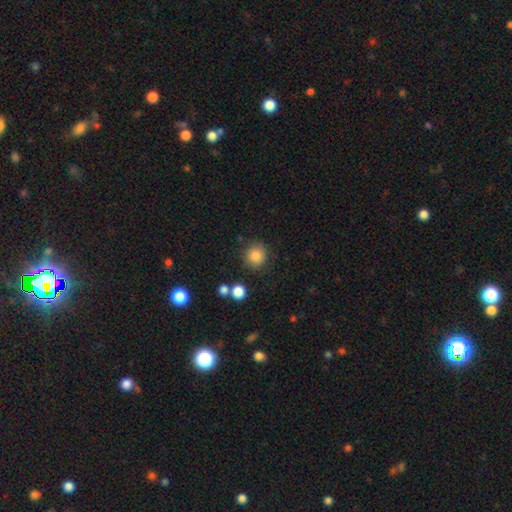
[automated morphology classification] Overall: smooth (86%). How rounded: round (90%). Merging: none (83%).